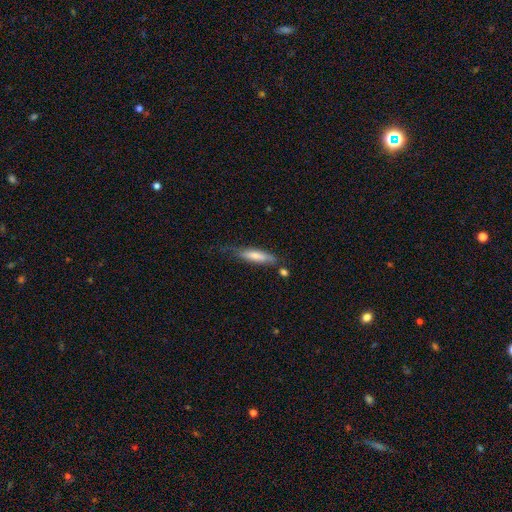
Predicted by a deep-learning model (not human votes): A smooth galaxy with no disk features (65%) that is cigar-shaped (72%).

Vote fractions:
- Smooth or featured? smooth: 65% / featured or disk: 29% / star or artifact: 6%
- How rounded? cigar-shaped: 72% / in between: 27% / round: 2%
- Merging? none: 56% / minor disturbance: 27% / major disturbance: 10% / merger: 7%